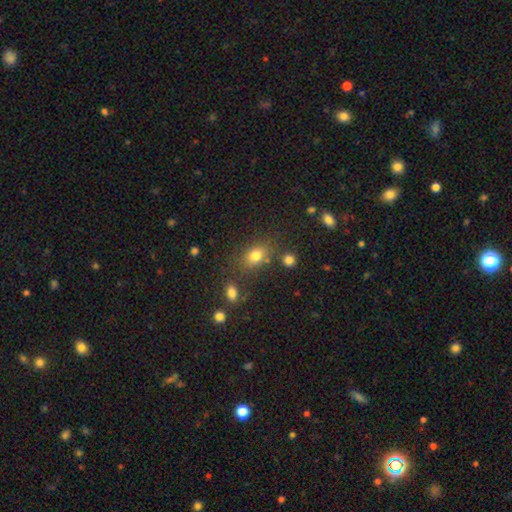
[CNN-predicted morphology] Smooth or featured: smooth — 78% (star or artifact — 13%)
How rounded: in between — 69% (round — 29%)
Merging: none — 71% (minor disturbance — 14%)